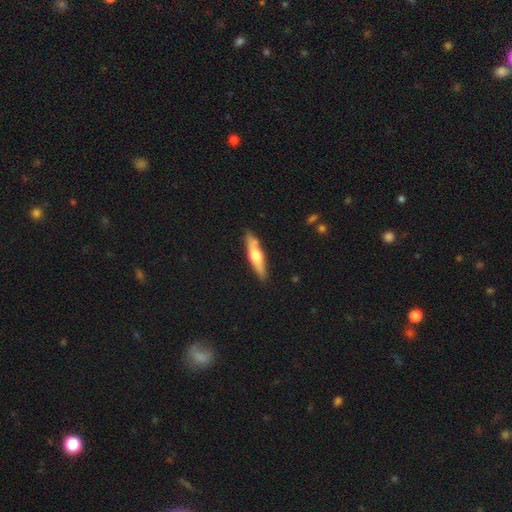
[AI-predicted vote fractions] Overall: smooth (48%; featured or disk 47%). Merging: none (83%).